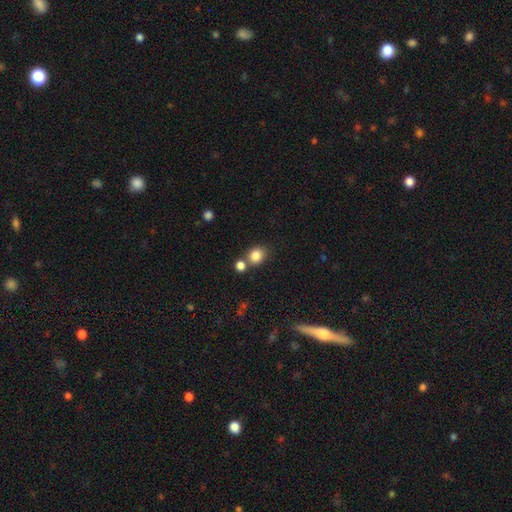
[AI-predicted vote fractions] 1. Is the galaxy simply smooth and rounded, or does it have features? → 84% smooth, 11% star or artifact, 6% featured or disk.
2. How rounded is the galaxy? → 68% round, 31% in between, 1% cigar-shaped.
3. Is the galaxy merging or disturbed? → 61% none, 25% merger, 10% minor disturbance, 4% major disturbance.